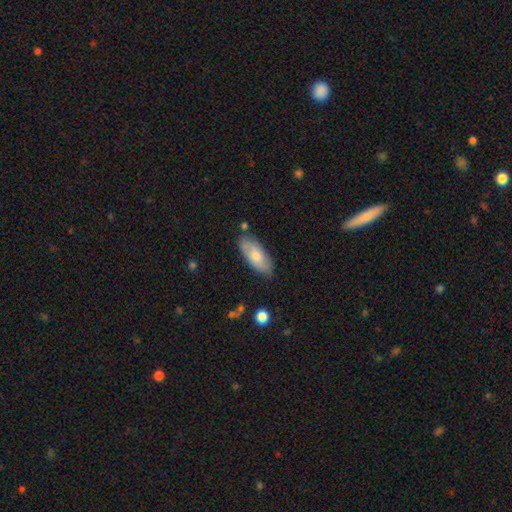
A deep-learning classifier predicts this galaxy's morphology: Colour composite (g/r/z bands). It shows a smooth galaxy with no disk features (72%) that is in between round and cigar-shaped (84%). Merging: none (78%).